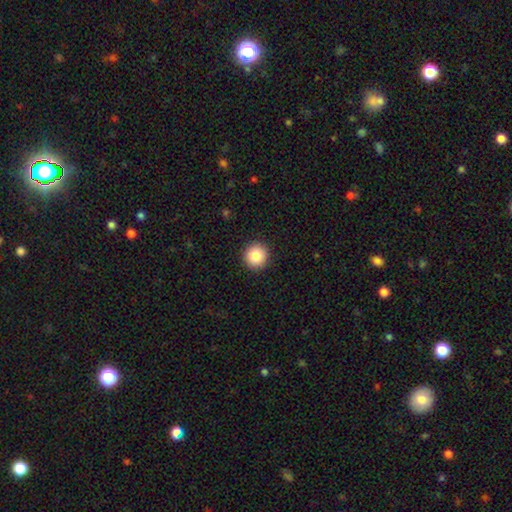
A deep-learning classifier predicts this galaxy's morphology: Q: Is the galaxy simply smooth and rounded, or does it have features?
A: smooth — 85%.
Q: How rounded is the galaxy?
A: round — 94%.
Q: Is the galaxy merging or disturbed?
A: none — 92%.